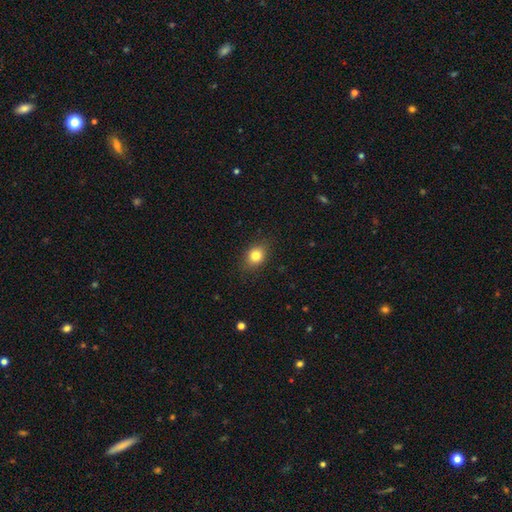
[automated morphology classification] smooth_or_featured: smooth (p=0.82) [alt: star or artifact p=0.10]
how_rounded: round (p=0.51) [alt: in between p=0.48]
merging: none (p=0.85) [alt: minor disturbance p=0.11]